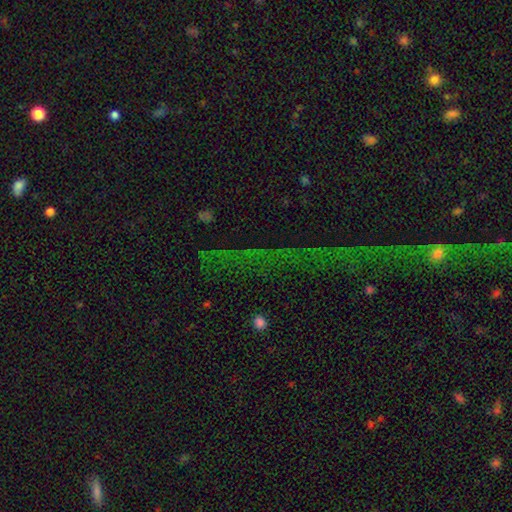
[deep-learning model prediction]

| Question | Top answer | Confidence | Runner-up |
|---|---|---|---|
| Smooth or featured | star or artifact | 77% | featured or disk (12%) |